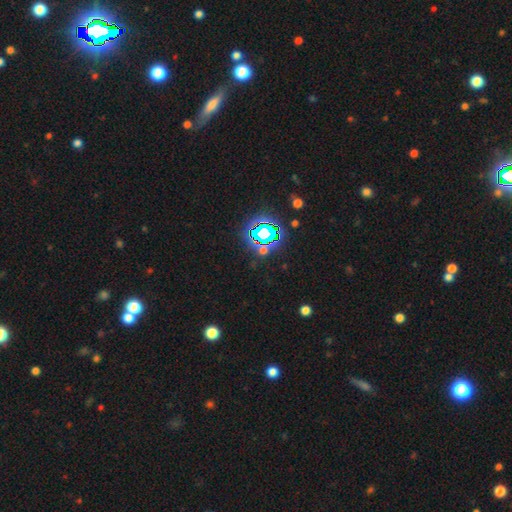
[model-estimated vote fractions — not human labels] A star or artifact, not a galaxy (75%).